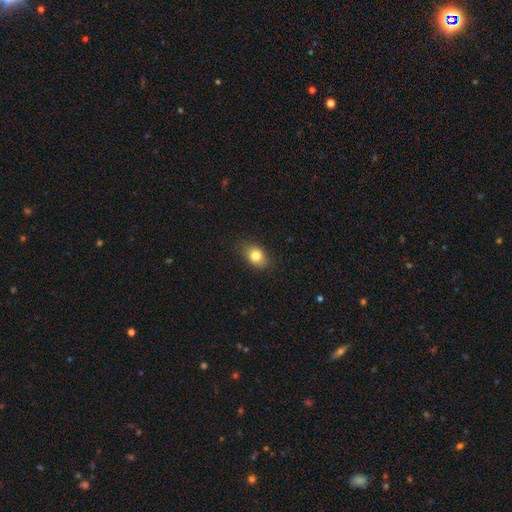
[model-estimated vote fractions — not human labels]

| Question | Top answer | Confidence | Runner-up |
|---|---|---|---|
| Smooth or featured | smooth | 81% | featured or disk (10%) |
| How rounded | in between | 68% | round (30%) |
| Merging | none | 82% | minor disturbance (14%) |